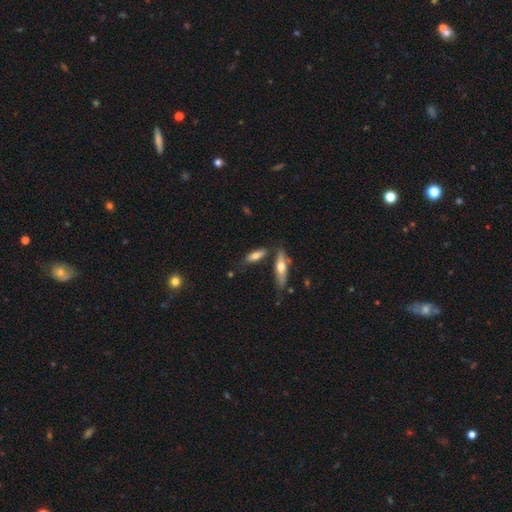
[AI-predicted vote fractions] This appears to be a smooth galaxy with no disk features (67%) that is in between round and cigar-shaped (51%). Merging: none (67%).